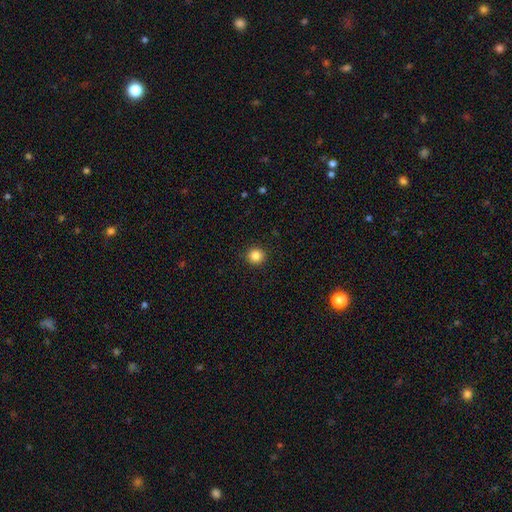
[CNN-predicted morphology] Smooth or featured: smooth — 85% (star or artifact — 11%)
How rounded: round — 94% (in between — 5%)
Merging: none — 93% (minor disturbance — 5%)